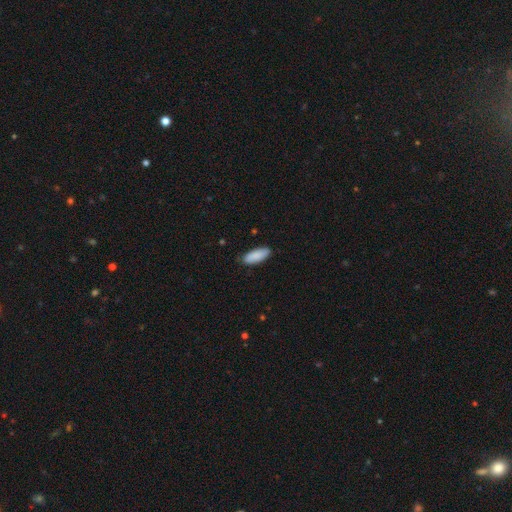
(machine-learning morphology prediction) type=smooth (89%); roundness=in between (75%); merging=none (86%).